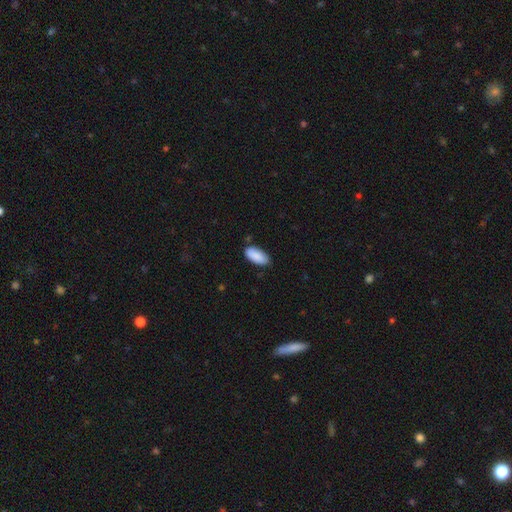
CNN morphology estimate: The model was most divided on "merging": none: 80%, minor disturbance: 16%, major disturbance: 2%, merger: 2%. More confident: how rounded — in between (92%); smooth or featured — smooth (90%).